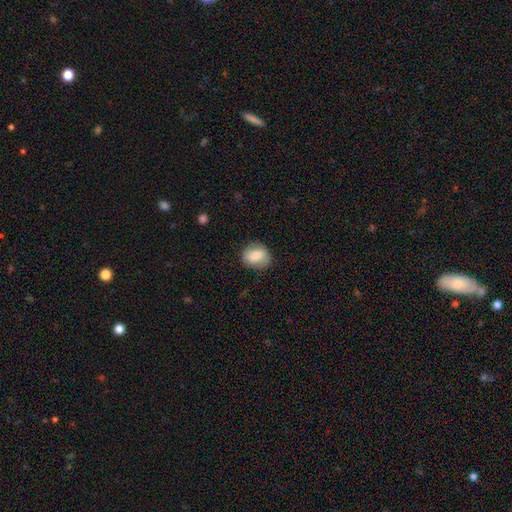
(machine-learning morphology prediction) Q: Smooth or featured?
A: smooth (71%); runner-up: featured or disk (21%)
Q: How rounded?
A: round (65%); runner-up: in between (34%)
Q: Merging?
A: none (83%); runner-up: minor disturbance (13%)